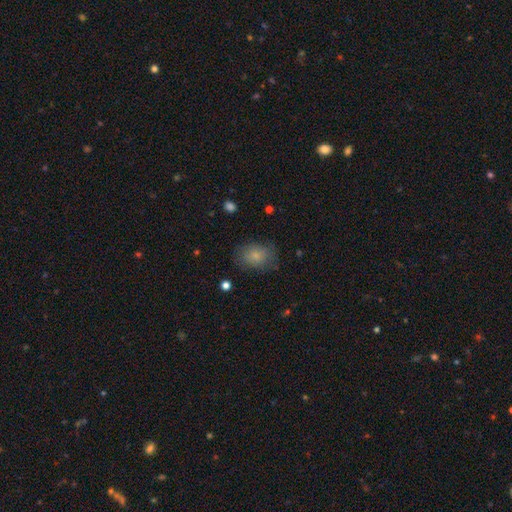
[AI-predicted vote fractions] Morphology: type=smooth (81%); roundness=in between (71%); merging=none (74%).